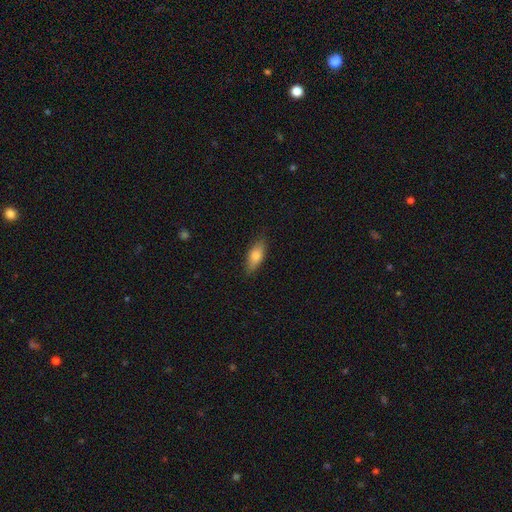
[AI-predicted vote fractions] Morphology: type=smooth (77%); roundness=in between (74%); merging=none (84%).